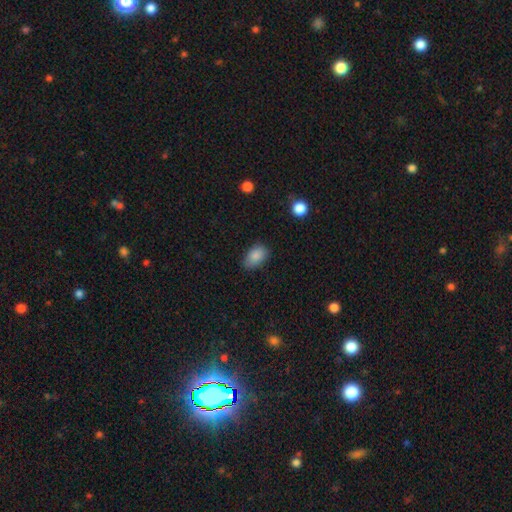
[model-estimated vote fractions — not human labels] A smooth galaxy with no disk features (87%) that is in between round and cigar-shaped (88%).

Vote fractions:
- Smooth or featured? smooth: 87% / star or artifact: 8% / featured or disk: 5%
- How rounded? in between: 88% / round: 10% / cigar-shaped: 1%
- Merging? none: 74% / minor disturbance: 21% / major disturbance: 4% / merger: 1%